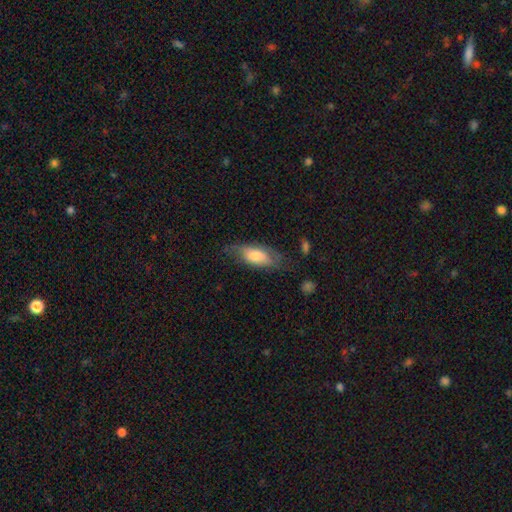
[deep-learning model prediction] Overall: smooth (65%; featured or disk 29%). How rounded: in between (77%). Merging: none (58%; minor disturbance 28%).